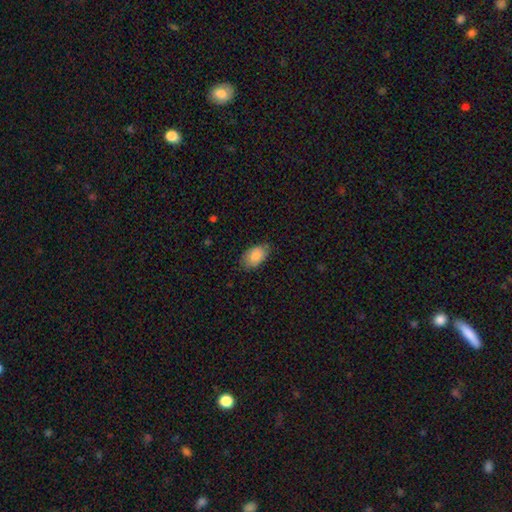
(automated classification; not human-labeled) Q: Smooth or featured?
A: smooth (85%); runner-up: featured or disk (8%)
Q: How rounded?
A: in between (92%); runner-up: round (7%)
Q: Merging?
A: none (75%); runner-up: minor disturbance (20%)